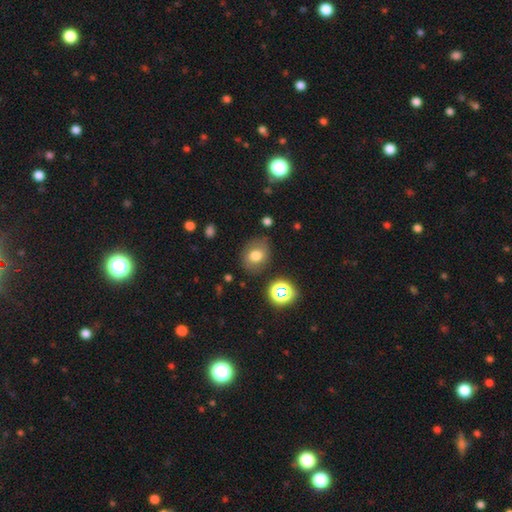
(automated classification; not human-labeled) Smooth or featured? smooth (73%)
How rounded? round (53%)
Merging? none (78%)